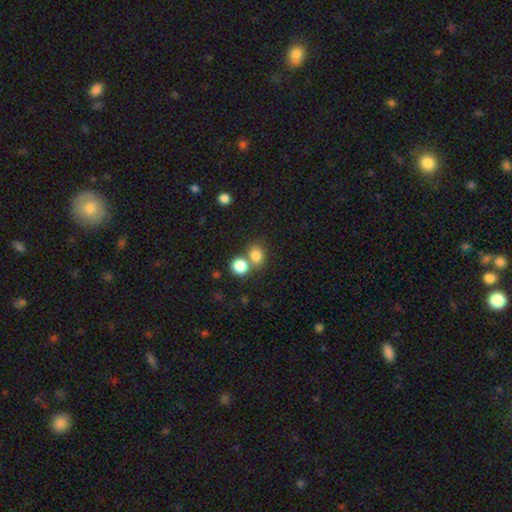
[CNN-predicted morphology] type=smooth (81%); roundness=round (63%); merging=none (51%).